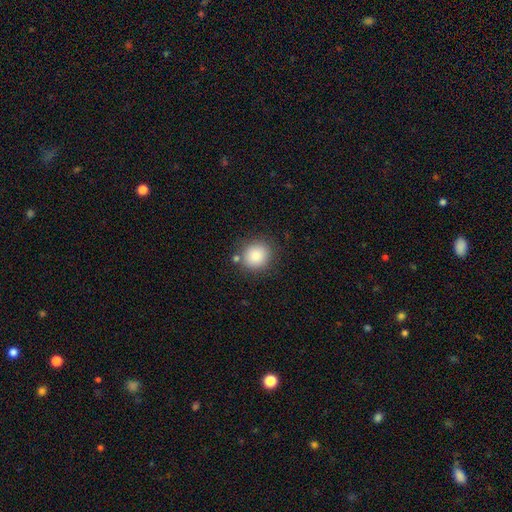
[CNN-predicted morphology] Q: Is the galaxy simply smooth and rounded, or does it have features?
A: smooth — 85%.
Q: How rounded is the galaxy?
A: round — 86%.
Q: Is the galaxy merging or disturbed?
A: none — 82%.